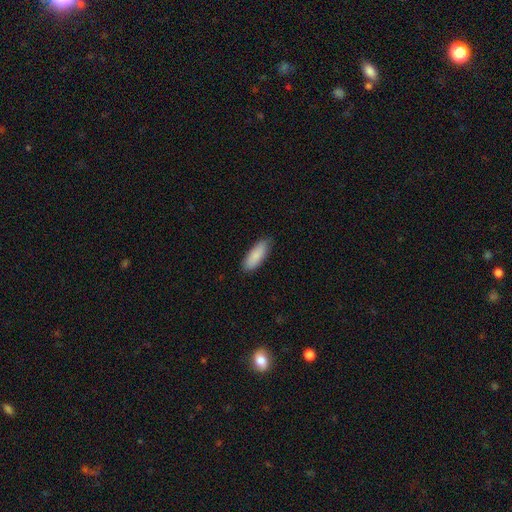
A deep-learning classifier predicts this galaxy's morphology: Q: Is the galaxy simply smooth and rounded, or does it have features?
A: smooth — 88%.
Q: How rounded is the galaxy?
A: in between — 71%.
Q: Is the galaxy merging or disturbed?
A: none — 84%.